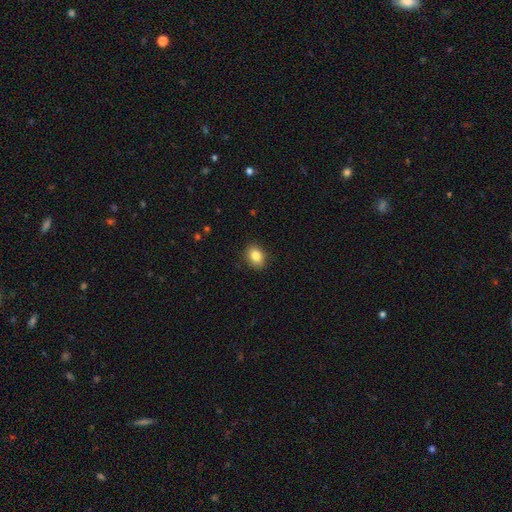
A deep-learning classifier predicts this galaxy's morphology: Smooth or featured?
  - smooth: 84% *
  - star or artifact: 9%
  - featured or disk: 7%
How rounded?
  - in between: 68% *
  - round: 31%
  - cigar-shaped: 1%
Merging?
  - none: 88% *
  - minor disturbance: 9%
  - major disturbance: 2%
  - merger: 1%